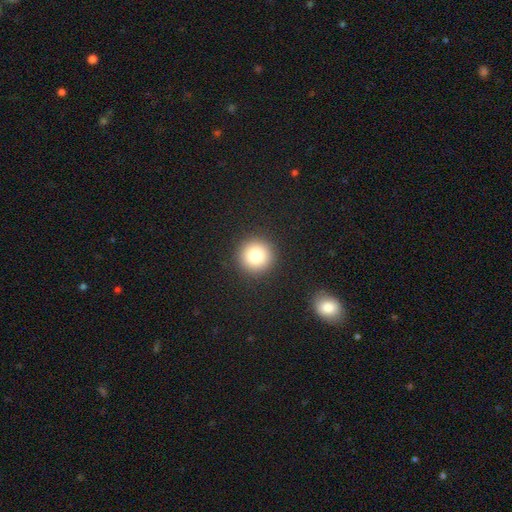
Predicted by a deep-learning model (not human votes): Morphology: type=smooth (80%); roundness=round (95%); merging=none (92%).